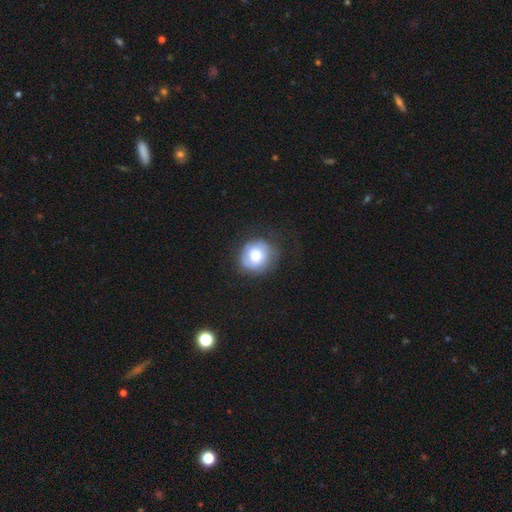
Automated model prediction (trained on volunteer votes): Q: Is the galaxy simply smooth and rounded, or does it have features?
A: smooth — 50%.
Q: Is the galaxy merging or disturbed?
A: none — 68%.